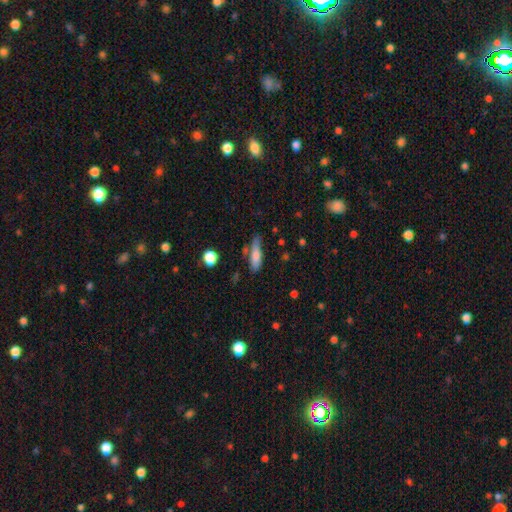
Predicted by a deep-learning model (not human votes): Overall: smooth (76%). How rounded: cigar-shaped (58%; in between 39%). Merging: none (62%; minor disturbance 24%).